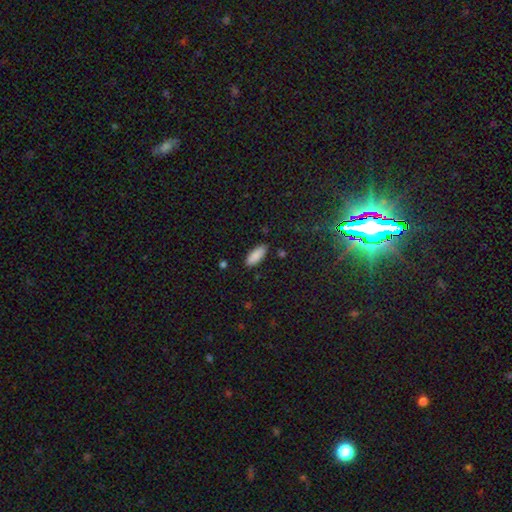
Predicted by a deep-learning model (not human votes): smooth 88%, star or artifact 7%, featured or disk 5%. Down the decision tree: how rounded — in between (79%); merging — none (86%).